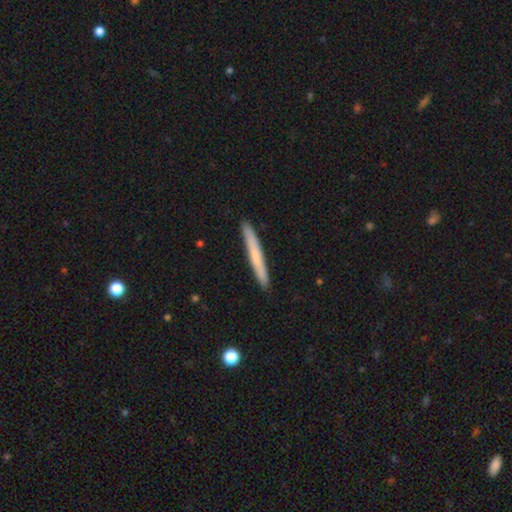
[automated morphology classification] A smooth galaxy with no disk features (64%) that is cigar-shaped (97%). Merging: none (91%).